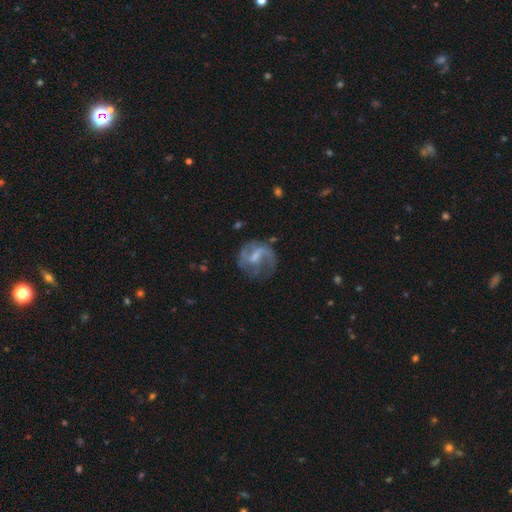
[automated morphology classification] A featured or disk galaxy (72%) with a weak bar (54%), 2 (56%) loose (45%) spiral arms (83%) and a small central bulge (34%). Merging: none (53%).